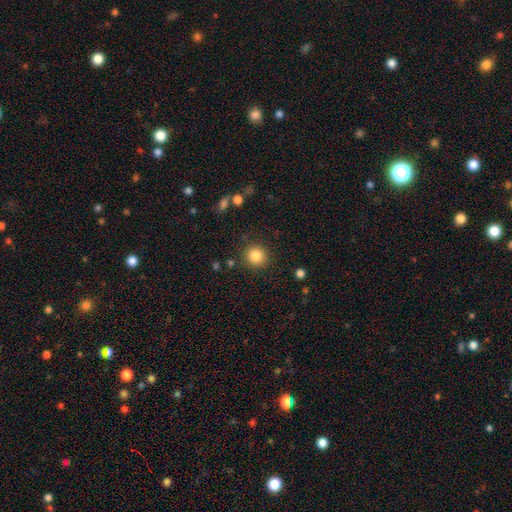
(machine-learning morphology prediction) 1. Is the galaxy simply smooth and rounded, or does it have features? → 85% smooth, 10% star or artifact, 5% featured or disk.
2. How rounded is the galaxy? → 92% round, 7% in between, 1% cigar-shaped.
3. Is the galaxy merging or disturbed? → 89% none, 7% minor disturbance, 3% major disturbance, 2% merger.